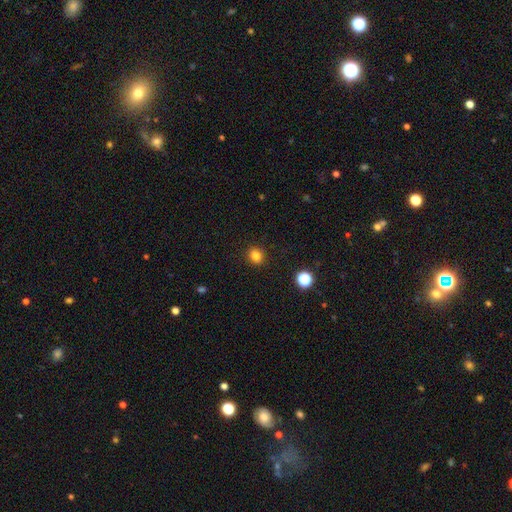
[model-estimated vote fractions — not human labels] smooth 82%, star or artifact 13%, featured or disk 5%. Down the decision tree: how rounded — round (73%); merging — none (90%).